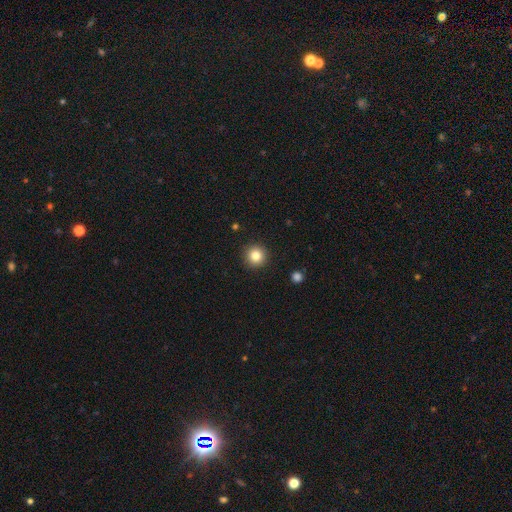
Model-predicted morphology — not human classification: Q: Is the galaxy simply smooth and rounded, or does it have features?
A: smooth — 82%.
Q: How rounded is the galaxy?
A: round — 96%.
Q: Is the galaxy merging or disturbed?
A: none — 92%.